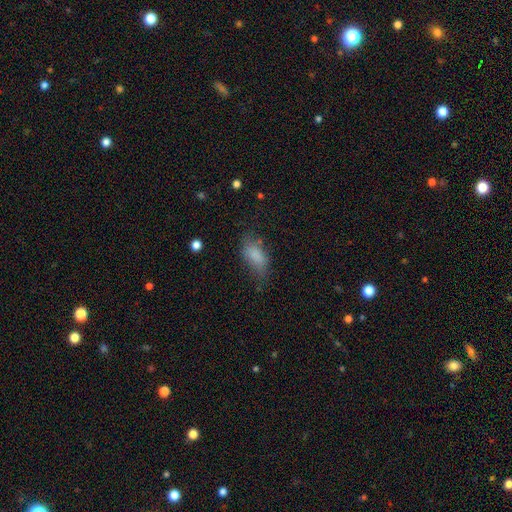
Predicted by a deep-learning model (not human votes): Q: Smooth or featured?
A: smooth (79%); runner-up: featured or disk (12%)
Q: How rounded?
A: in between (87%); runner-up: cigar-shaped (10%)
Q: Merging?
A: none (47%); runner-up: minor disturbance (31%)